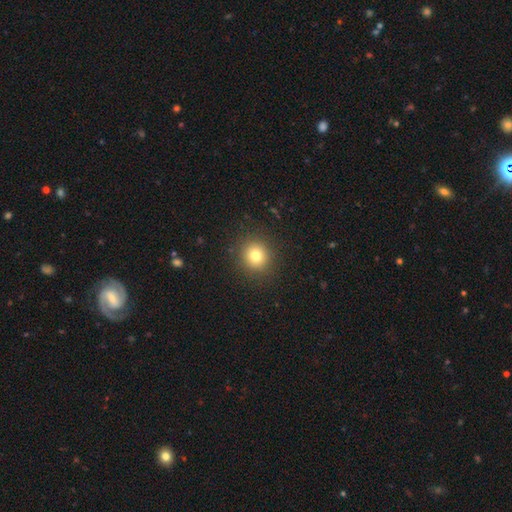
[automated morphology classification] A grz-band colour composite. It shows a smooth galaxy with no disk features (78%) that is round (91%). Merging: none (90%).